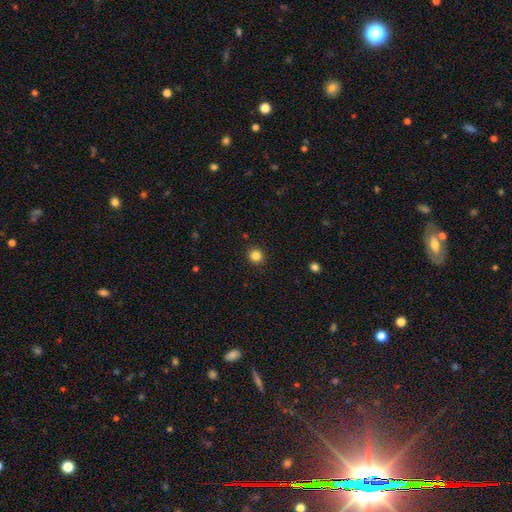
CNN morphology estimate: Smooth or featured? Predicted: smooth (p=0.84). How rounded? Predicted: round (p=0.93). Merging? Predicted: none (p=0.92).